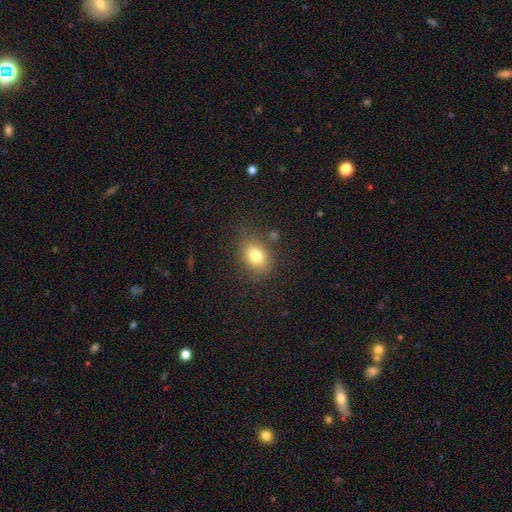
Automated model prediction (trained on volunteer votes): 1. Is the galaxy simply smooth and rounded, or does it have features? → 78% smooth, 11% featured or disk, 11% star or artifact.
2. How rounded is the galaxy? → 69% in between, 29% round, 1% cigar-shaped.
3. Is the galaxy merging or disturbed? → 79% none, 13% minor disturbance, 5% major disturbance, 3% merger.